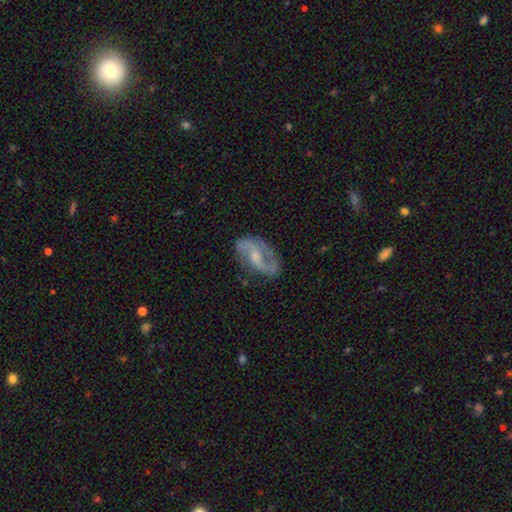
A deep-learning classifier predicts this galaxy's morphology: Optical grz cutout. It shows a featured or disk galaxy (79%) with no bar (45%), 2 (86%) medium (44%) spiral arms (92%) and a small central bulge (47%). Merging: none (68%).